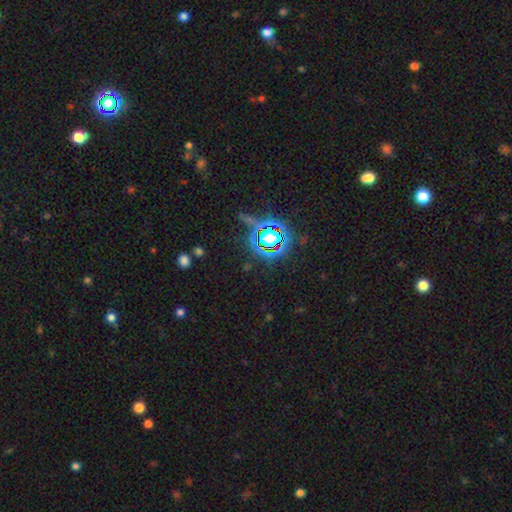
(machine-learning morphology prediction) A star or artifact, not a galaxy (83%).

Vote fractions:
- Smooth or featured? star or artifact: 83% / smooth: 10% / featured or disk: 7%